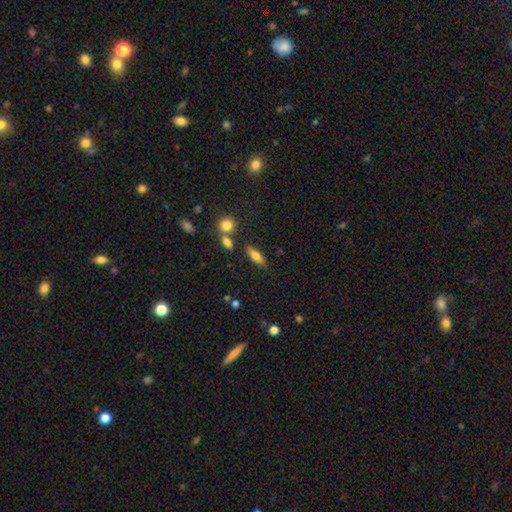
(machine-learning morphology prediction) Overall: smooth (64%; featured or disk 27%). How rounded: in between (58%; cigar-shaped 38%). Merging: none (78%).